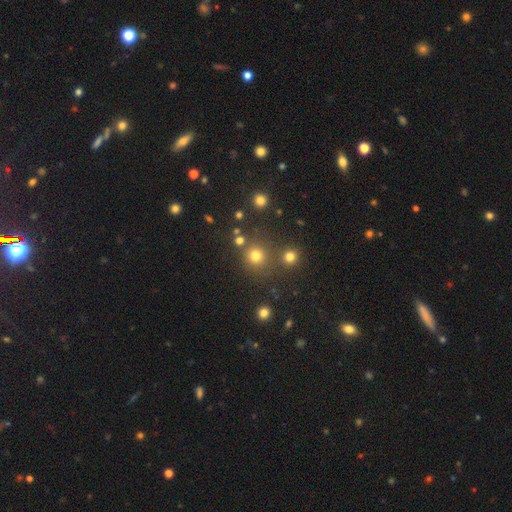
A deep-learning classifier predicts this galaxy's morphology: Q: Smooth or featured?
A: smooth (76%); runner-up: star or artifact (18%)
Q: How rounded?
A: round (92%); runner-up: in between (7%)
Q: Merging?
A: none (77%); runner-up: merger (12%)